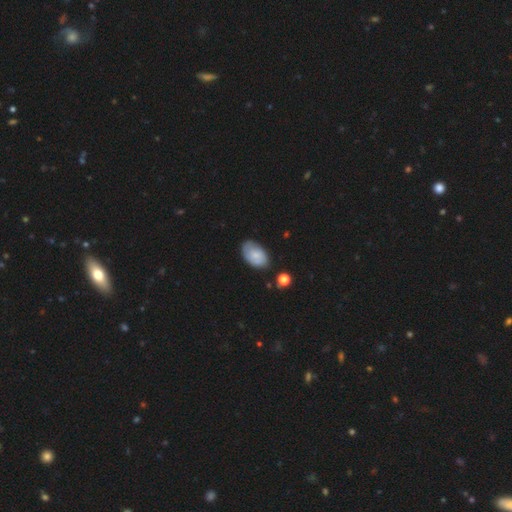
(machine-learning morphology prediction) A smooth galaxy with no disk features (63%) that is in between round and cigar-shaped (91%).

Vote fractions:
- Smooth or featured? smooth: 63% / featured or disk: 29% / star or artifact: 7%
- How rounded? in between: 91% / round: 7% / cigar-shaped: 1%
- Merging? none: 70% / minor disturbance: 22% / major disturbance: 5% / merger: 3%